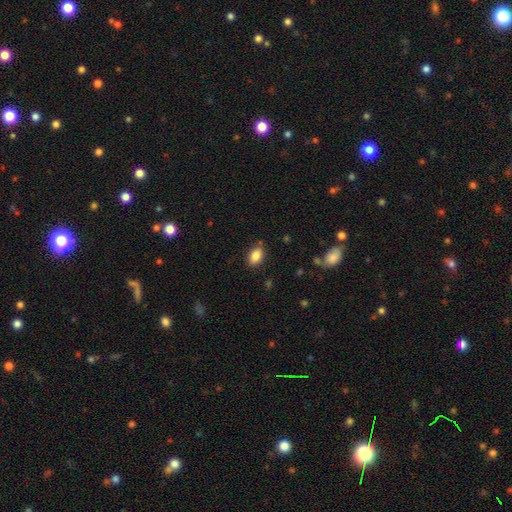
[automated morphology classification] This appears to be a smooth galaxy with no disk features (86%) that is in between round and cigar-shaped (87%). Merging: none (83%).